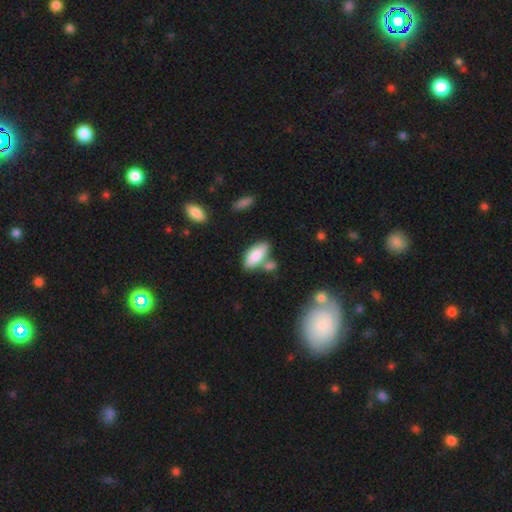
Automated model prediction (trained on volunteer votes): A smooth galaxy with no disk features (83%) that is in between round and cigar-shaped (86%).

Vote fractions:
- Smooth or featured? smooth: 83% / featured or disk: 10% / star or artifact: 6%
- How rounded? in between: 86% / cigar-shaped: 11% / round: 2%
- Merging? none: 59% / merger: 20% / minor disturbance: 16% / major disturbance: 4%